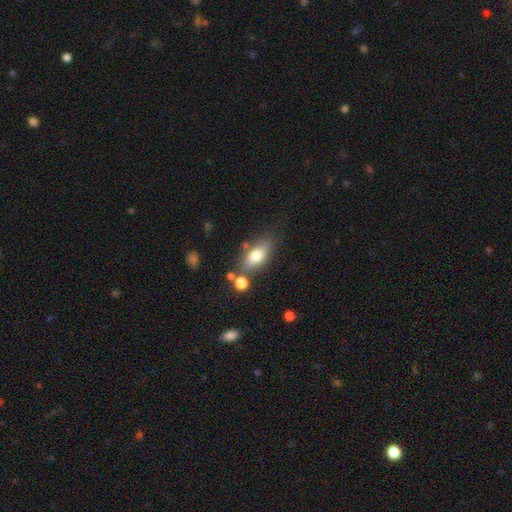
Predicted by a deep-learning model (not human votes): Smooth or featured? Predicted: smooth (p=0.73). How rounded? Predicted: in between (p=0.81). Merging? Predicted: none (p=0.66).